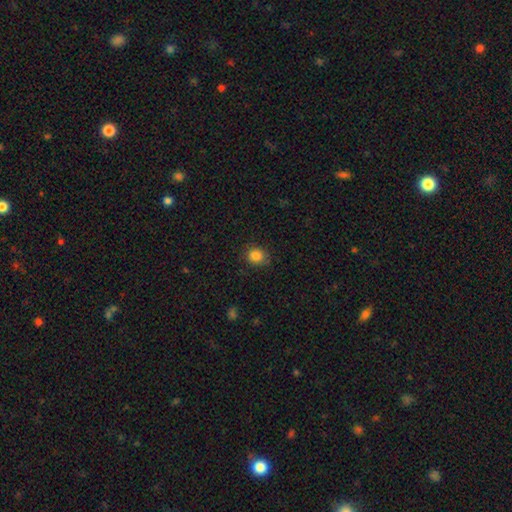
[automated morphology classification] smooth-or-featured: smooth: 85% | star or artifact: 11% | featured or disk: 5%
  how-rounded: round: 78% | in between: 21% | cigar-shaped: 1%
  merging: none: 84% | minor disturbance: 12% | major disturbance: 3% | merger: 1%